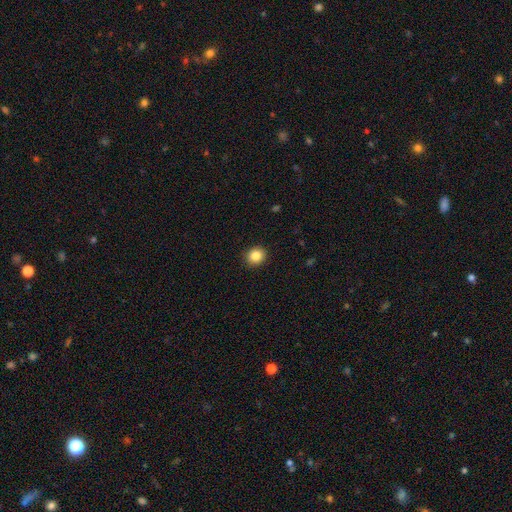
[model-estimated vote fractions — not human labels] Smooth or featured: smooth — 85% (star or artifact — 10%)
How rounded: round — 83% (in between — 16%)
Merging: none — 91% (minor disturbance — 6%)